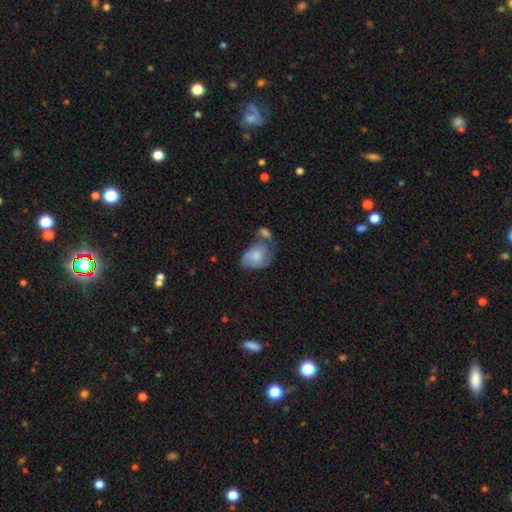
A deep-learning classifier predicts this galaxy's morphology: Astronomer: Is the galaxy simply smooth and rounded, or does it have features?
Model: smooth — 61%.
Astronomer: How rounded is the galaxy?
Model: in between — 71%.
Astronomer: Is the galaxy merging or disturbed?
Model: merger — 30% (runner-up: none, 27%).